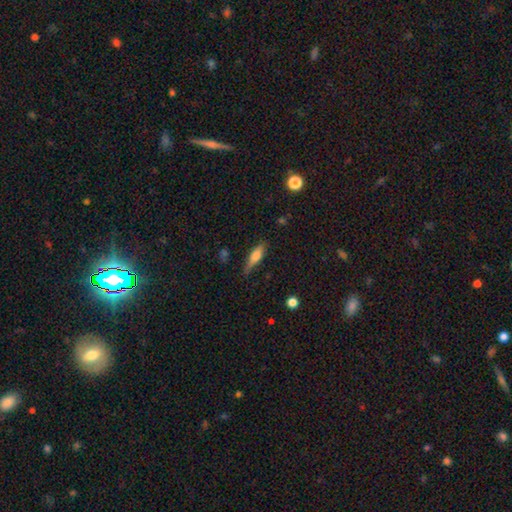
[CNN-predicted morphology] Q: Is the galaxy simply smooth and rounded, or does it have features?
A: smooth — 64%.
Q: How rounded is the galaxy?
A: cigar-shaped — 56%.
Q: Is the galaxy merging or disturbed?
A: none — 69%.